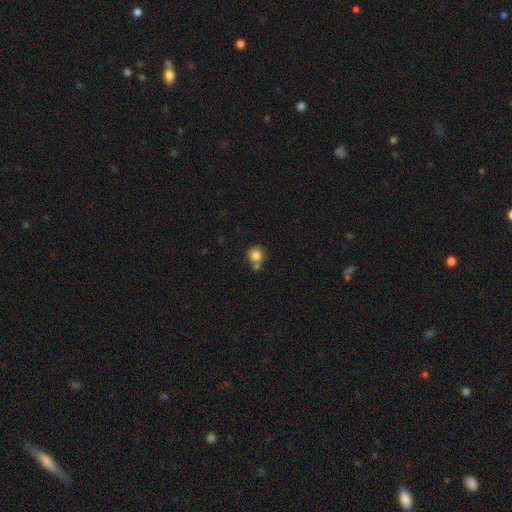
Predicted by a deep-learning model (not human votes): A smooth galaxy with no disk features (83%) that is round (92%). Merging: none (60%).